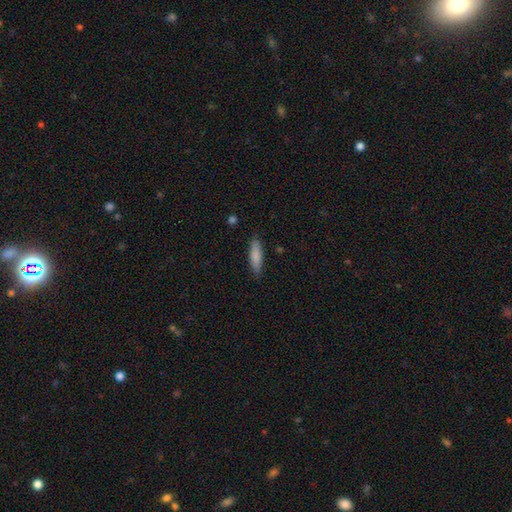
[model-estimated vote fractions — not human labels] Smooth or featured? Predicted: smooth (p=0.84). How rounded? Predicted: cigar-shaped (p=0.66). Merging? Predicted: none (p=0.86).